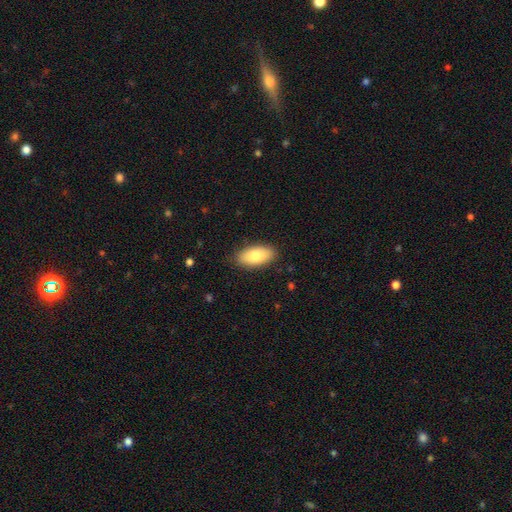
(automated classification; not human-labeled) Smooth or featured?
  - smooth: 82% *
  - featured or disk: 12%
  - star or artifact: 6%
How rounded?
  - in between: 91% *
  - cigar-shaped: 7%
  - round: 2%
Merging?
  - none: 86% *
  - minor disturbance: 11%
  - major disturbance: 2%
  - merger: 1%